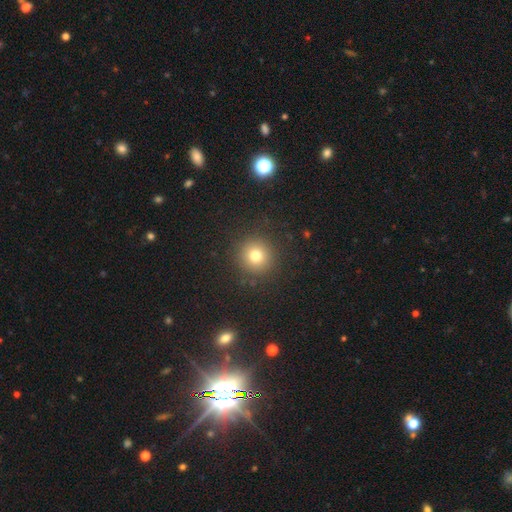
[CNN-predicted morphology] This appears to be a smooth galaxy with no disk features (76%) that is round (94%). Merging: none (89%).